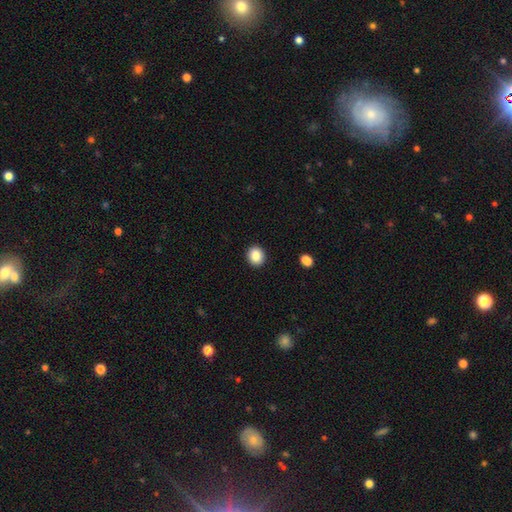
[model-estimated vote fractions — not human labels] Morphology: type=smooth (86%); roundness=round (77%); merging=none (92%).